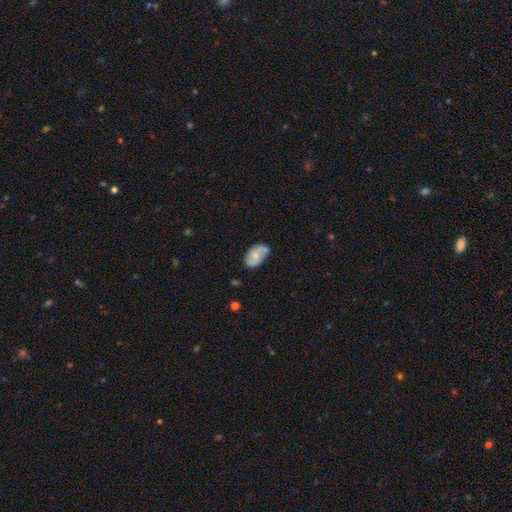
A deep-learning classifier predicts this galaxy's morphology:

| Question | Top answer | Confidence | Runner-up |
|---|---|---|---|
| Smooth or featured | smooth | 57% | featured or disk (36%) |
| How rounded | in between | 92% | round (6%) |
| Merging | none | 61% | minor disturbance (27%) |